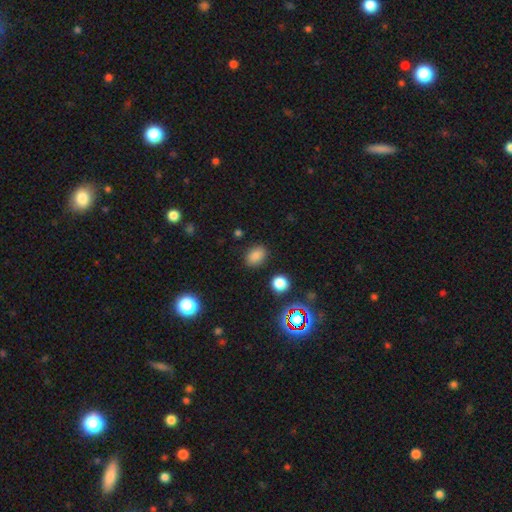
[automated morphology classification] The model was most divided on "how rounded": in between: 75%, round: 24%, cigar-shaped: 1%. More confident: merging — none (85%); smooth or featured — smooth (81%).